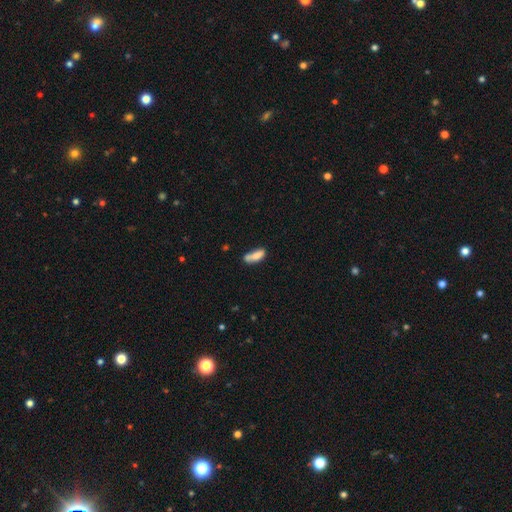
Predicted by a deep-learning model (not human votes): A smooth galaxy with no disk features (77%) that is in between round and cigar-shaped (68%).

Vote fractions:
- Smooth or featured? smooth: 77% / featured or disk: 15% / star or artifact: 8%
- How rounded? in between: 68% / cigar-shaped: 29% / round: 3%
- Merging? none: 40% / merger: 26% / minor disturbance: 25% / major disturbance: 10%